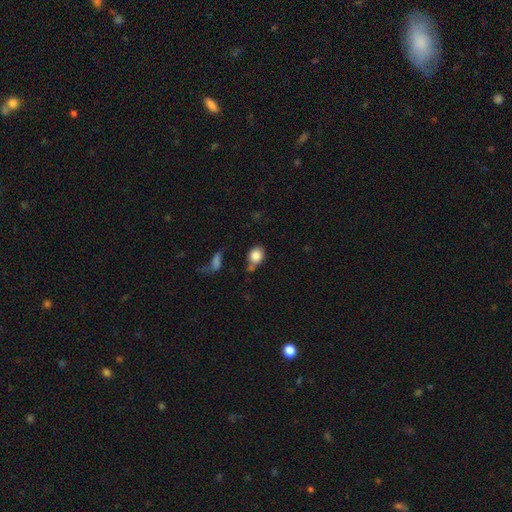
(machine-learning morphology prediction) Overall: smooth (84%). How rounded: round (52%; in between 46%). Merging: none (48%; minor disturbance 24%).